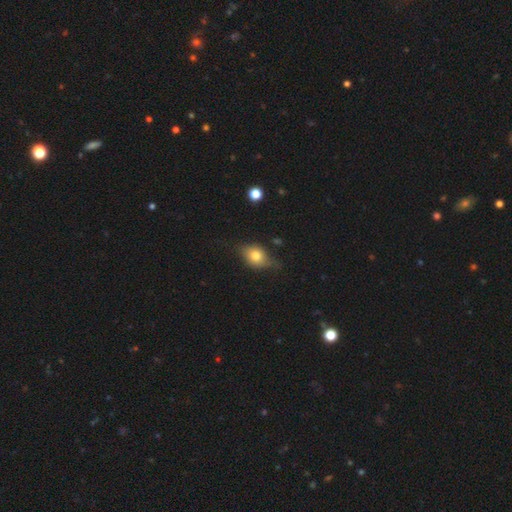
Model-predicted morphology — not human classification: A smooth galaxy with no disk features (66%) that is in between round and cigar-shaped (64%).

Vote fractions:
- Smooth or featured? smooth: 66% / featured or disk: 25% / star or artifact: 9%
- How rounded? in between: 64% / round: 33% / cigar-shaped: 3%
- Merging? none: 59% / minor disturbance: 30% / major disturbance: 8% / merger: 2%